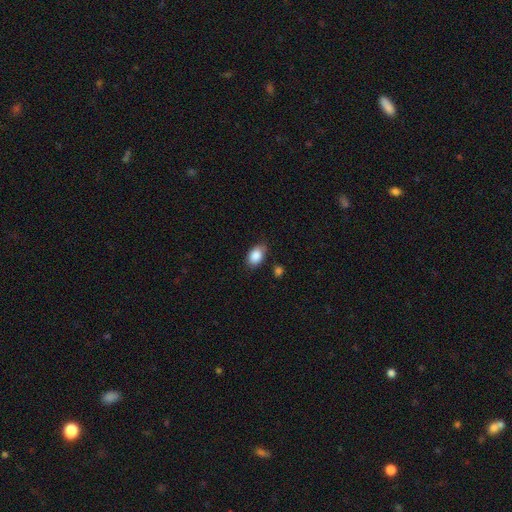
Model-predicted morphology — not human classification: Smooth or featured? Predicted: smooth (p=0.87). How rounded? Predicted: in between (p=0.83). Merging? Predicted: none (p=0.70).